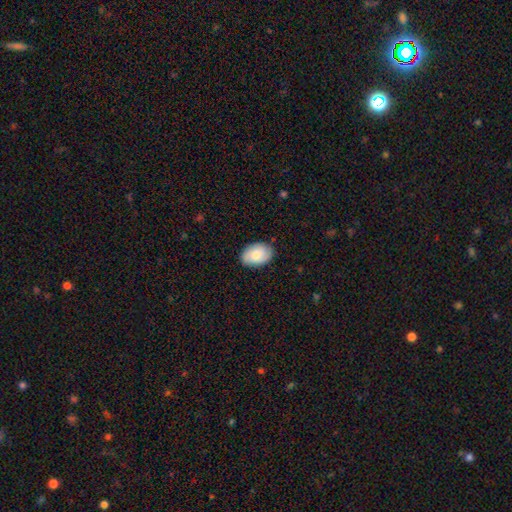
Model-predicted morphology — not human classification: Smooth or featured? smooth (75%)
How rounded? in between (86%)
Merging? none (85%)